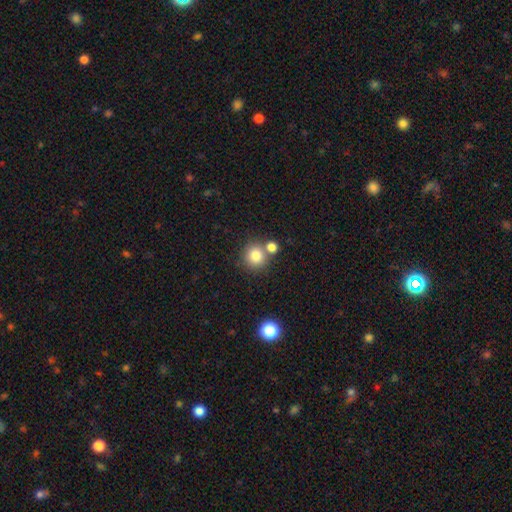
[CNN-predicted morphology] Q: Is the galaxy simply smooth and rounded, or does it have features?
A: smooth — 81%.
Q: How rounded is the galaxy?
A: round — 90%.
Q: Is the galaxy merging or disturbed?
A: none — 65%.